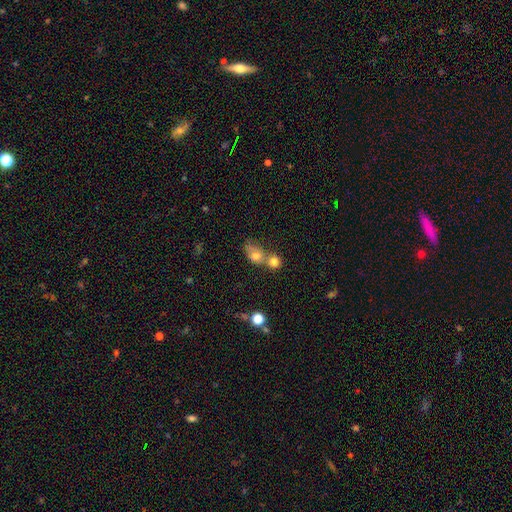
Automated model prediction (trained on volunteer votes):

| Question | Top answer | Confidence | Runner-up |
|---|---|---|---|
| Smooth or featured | smooth | 74% | featured or disk (15%) |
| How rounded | in between | 52% | round (46%) |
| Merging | merger | 57% | none (26%) |